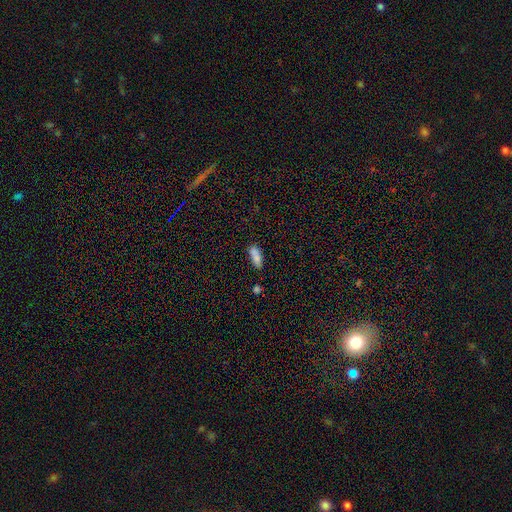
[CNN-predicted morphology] Smooth or featured?
  - smooth: 82% *
  - featured or disk: 10%
  - star or artifact: 9%
How rounded?
  - in between: 64% *
  - cigar-shaped: 33%
  - round: 3%
Merging?
  - none: 60% *
  - minor disturbance: 20%
  - merger: 15%
  - major disturbance: 5%